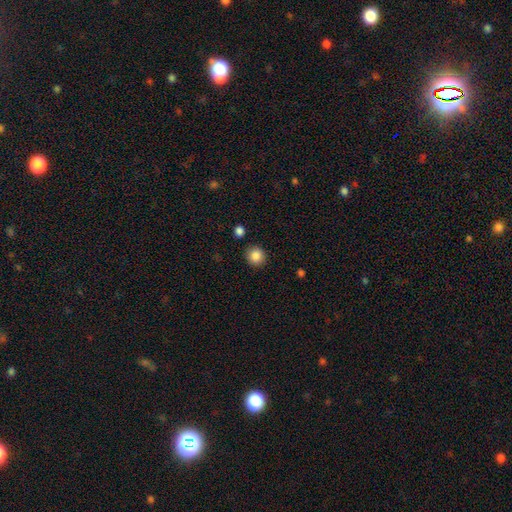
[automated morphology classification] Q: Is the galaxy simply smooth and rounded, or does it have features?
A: smooth — 87%.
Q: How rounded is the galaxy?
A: round — 90%.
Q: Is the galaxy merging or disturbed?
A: none — 89%.